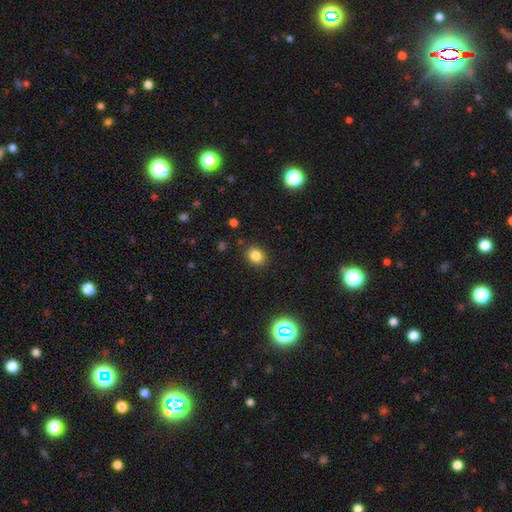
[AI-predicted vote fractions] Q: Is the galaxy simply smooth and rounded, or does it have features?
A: smooth — 82%.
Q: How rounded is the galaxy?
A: round — 63%.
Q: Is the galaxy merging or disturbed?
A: none — 88%.